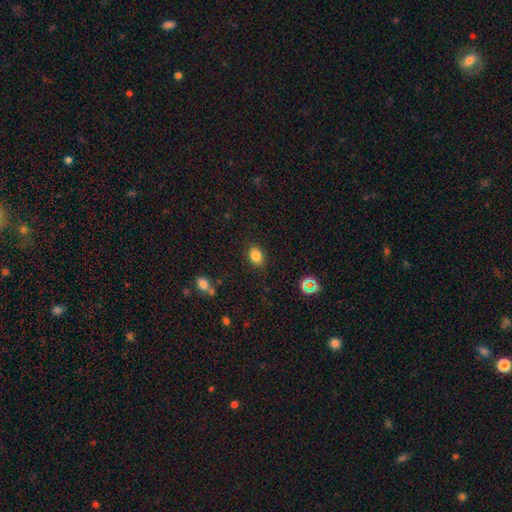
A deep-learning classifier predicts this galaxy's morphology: smooth 82%, star or artifact 12%, featured or disk 6%. Down the decision tree: how rounded — in between (62%); merging — none (83%).